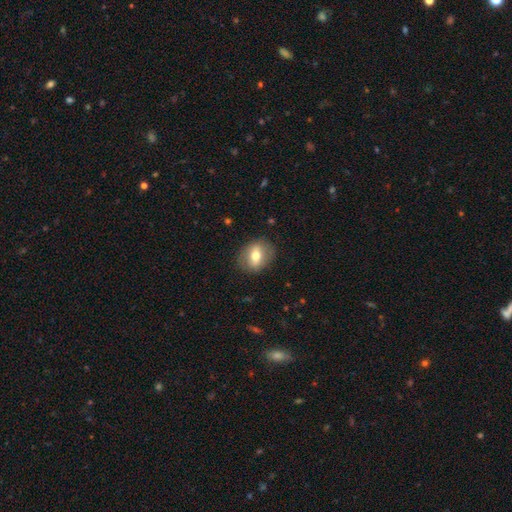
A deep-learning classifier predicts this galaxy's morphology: smooth_or_featured: smooth (p=0.61) [alt: featured or disk p=0.31]
how_rounded: in between (p=0.54) [alt: round p=0.44]
merging: none (p=0.83) [alt: minor disturbance p=0.12]